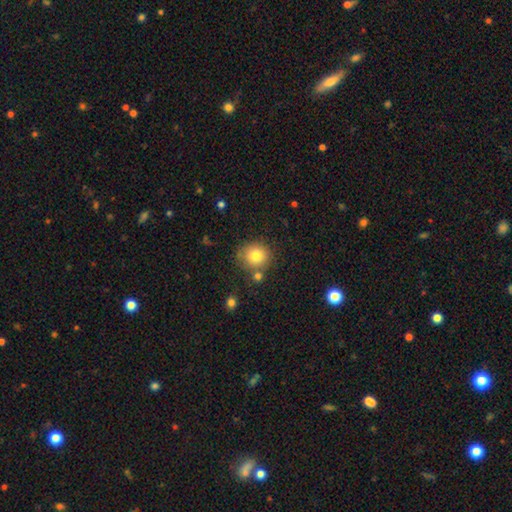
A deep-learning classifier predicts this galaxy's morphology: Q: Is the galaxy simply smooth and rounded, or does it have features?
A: smooth — 79%.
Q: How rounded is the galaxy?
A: round — 87%.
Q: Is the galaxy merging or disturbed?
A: none — 72%.